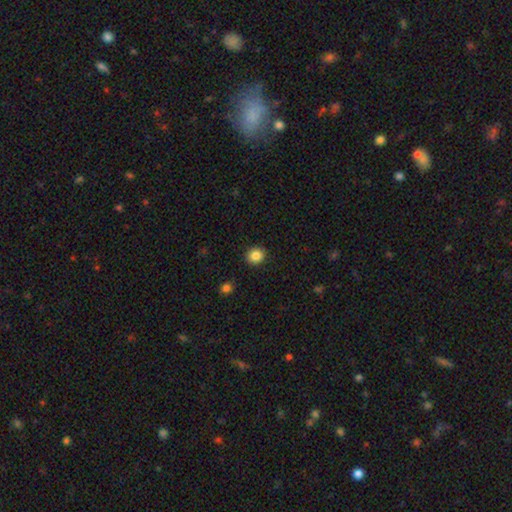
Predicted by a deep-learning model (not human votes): A smooth galaxy with no disk features (85%) that is round (79%).

Vote fractions:
- Smooth or featured? smooth: 85% / star or artifact: 10% / featured or disk: 5%
- How rounded? round: 79% / in between: 20% / cigar-shaped: 1%
- Merging? none: 91% / minor disturbance: 6% / major disturbance: 2% / merger: 1%